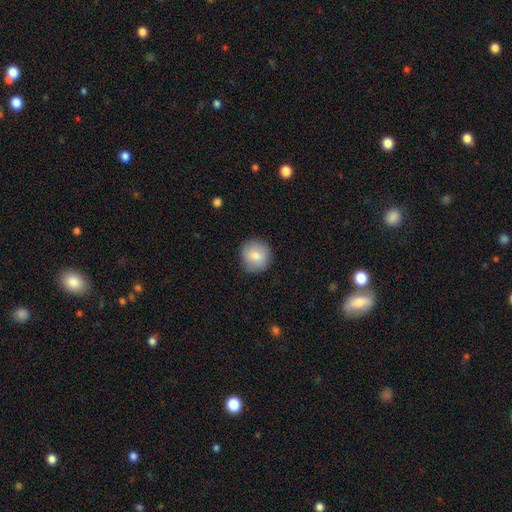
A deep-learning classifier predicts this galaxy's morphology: Smooth or featured? Predicted: smooth (p=0.80). How rounded? Predicted: round (p=0.92). Merging? Predicted: none (p=0.86).